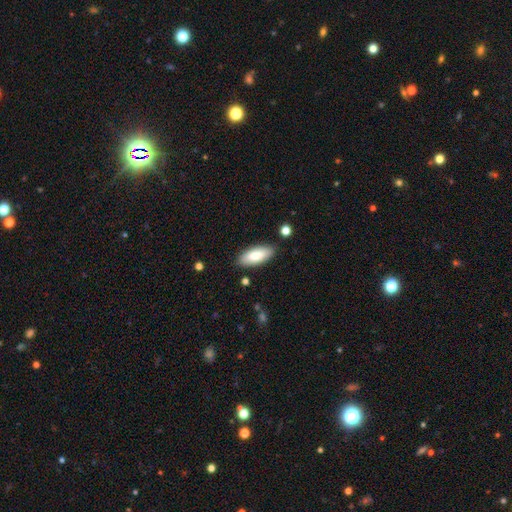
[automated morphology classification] This appears to be a smooth galaxy with no disk features (80%) that is in between round and cigar-shaped (80%). Merging: none (85%).